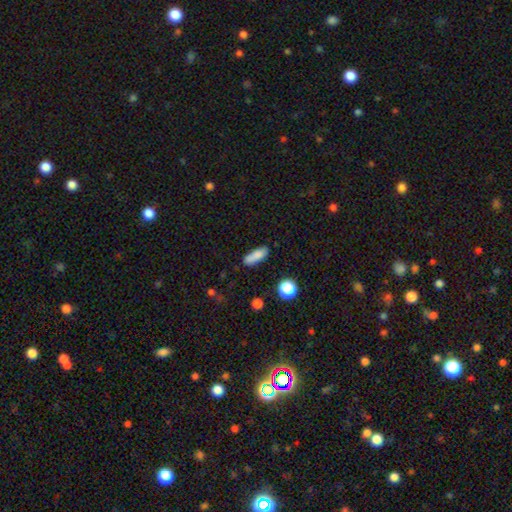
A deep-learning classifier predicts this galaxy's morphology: smooth-or-featured: smooth: 83% | star or artifact: 9% | featured or disk: 8%
  how-rounded: in between: 60% | cigar-shaped: 36% | round: 4%
  merging: none: 73% | minor disturbance: 18% | merger: 5% | major disturbance: 4%